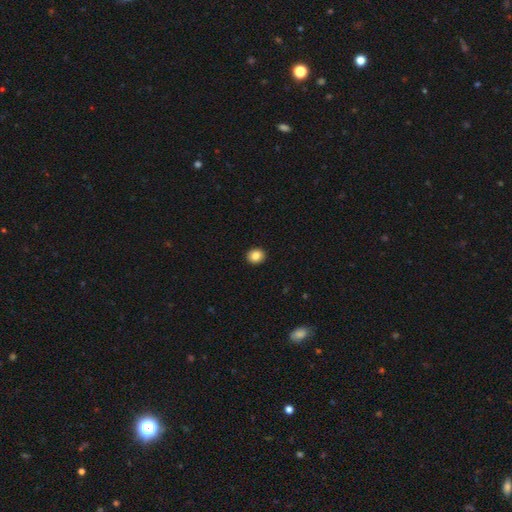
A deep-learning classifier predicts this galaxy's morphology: This is clearly a smooth galaxy (85%). How rounded: likely round (75%). Merging: clearly none (93%).